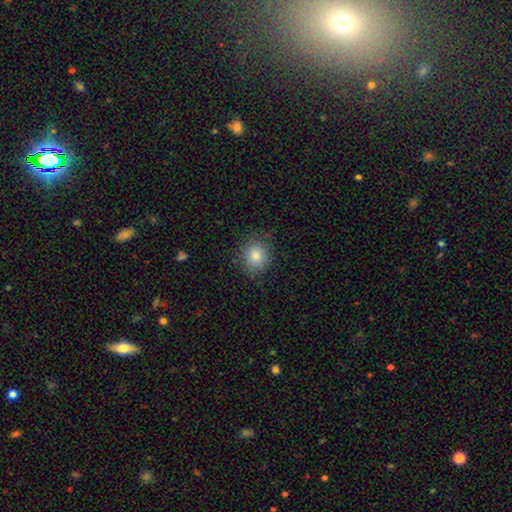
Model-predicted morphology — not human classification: Smooth or featured?
  - smooth: 83% *
  - star or artifact: 11%
  - featured or disk: 6%
How rounded?
  - round: 79% *
  - in between: 20%
  - cigar-shaped: 1%
Merging?
  - none: 86% *
  - minor disturbance: 10%
  - major disturbance: 3%
  - merger: 1%